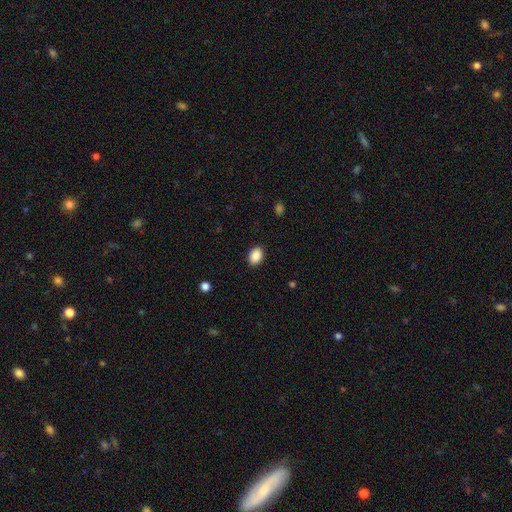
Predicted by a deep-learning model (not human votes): Overall: smooth (89%). How rounded: in between (77%). Merging: none (89%).